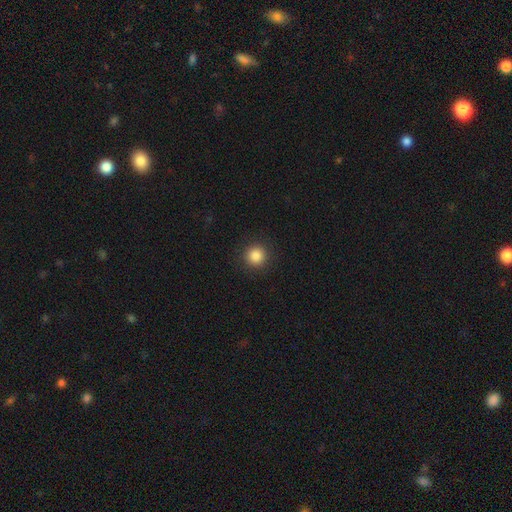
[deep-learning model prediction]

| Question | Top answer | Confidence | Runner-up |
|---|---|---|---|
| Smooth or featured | smooth | 85% | star or artifact (11%) |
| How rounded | round | 95% | in between (4%) |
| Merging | none | 92% | minor disturbance (5%) |